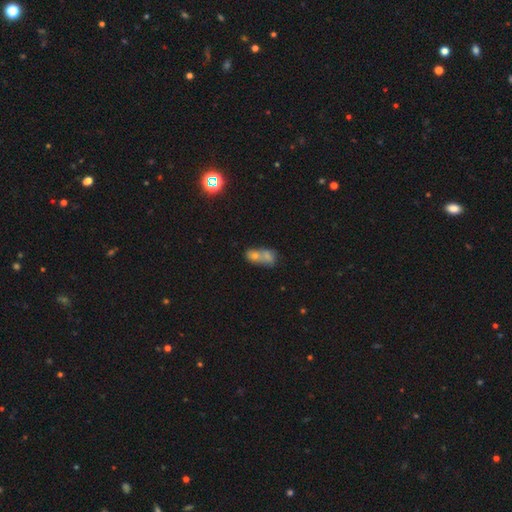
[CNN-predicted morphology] Overall: smooth (66%). How rounded: in between (70%). Merging: merger (71%).